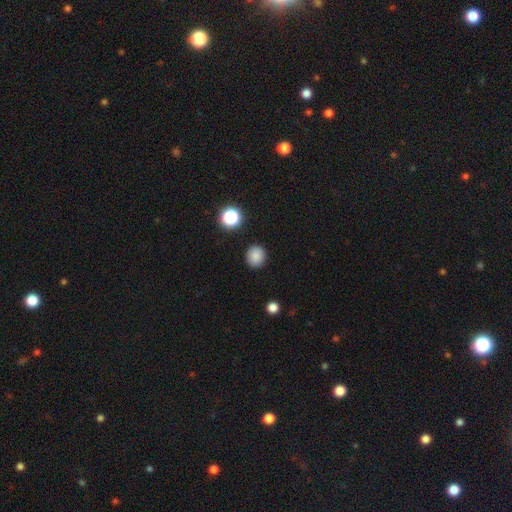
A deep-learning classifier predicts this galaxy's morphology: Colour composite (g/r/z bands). It shows a smooth galaxy with no disk features (85%) that is round (88%). Merging: none (90%).